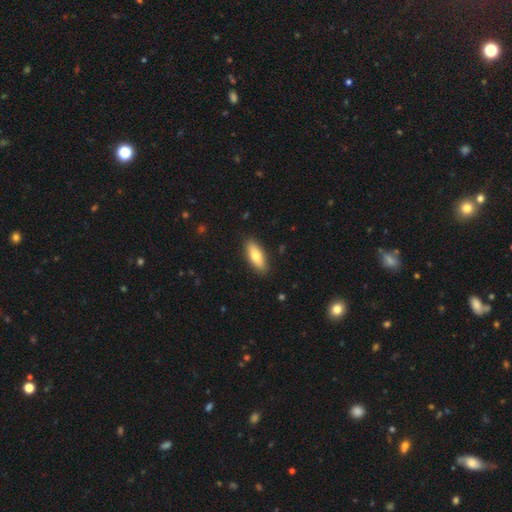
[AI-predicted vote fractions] smooth 75%, featured or disk 19%, star or artifact 6%. Down the decision tree: how rounded — in between (70%); merging — none (88%).